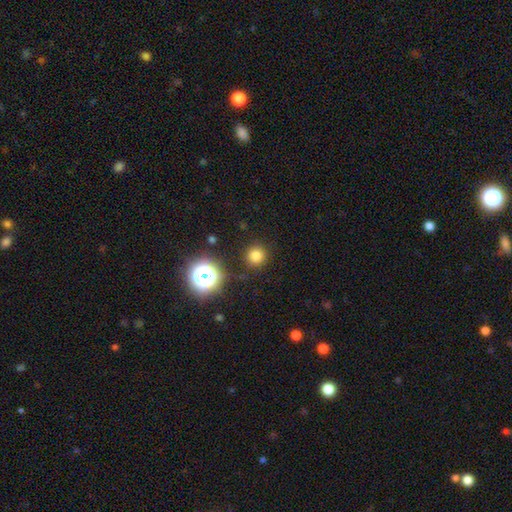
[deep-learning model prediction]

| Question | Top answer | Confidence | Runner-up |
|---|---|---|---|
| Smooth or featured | smooth | 77% | star or artifact (18%) |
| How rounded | round | 95% | in between (4%) |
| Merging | none | 88% | minor disturbance (7%) |